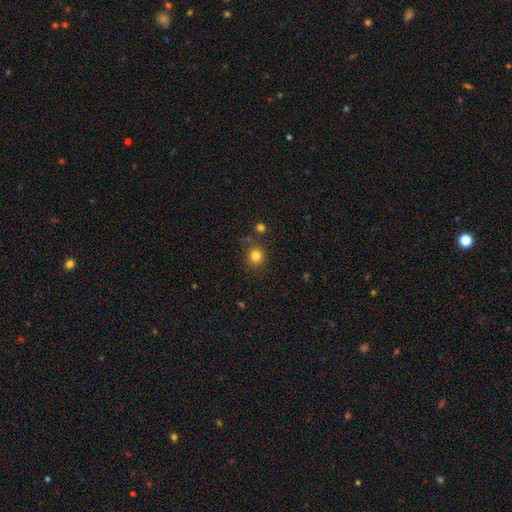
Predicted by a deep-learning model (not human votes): Smooth or featured?
  - smooth: 82% *
  - star or artifact: 13%
  - featured or disk: 6%
How rounded?
  - round: 87% *
  - in between: 12%
  - cigar-shaped: 1%
Merging?
  - none: 80% *
  - minor disturbance: 11%
  - merger: 6%
  - major disturbance: 4%